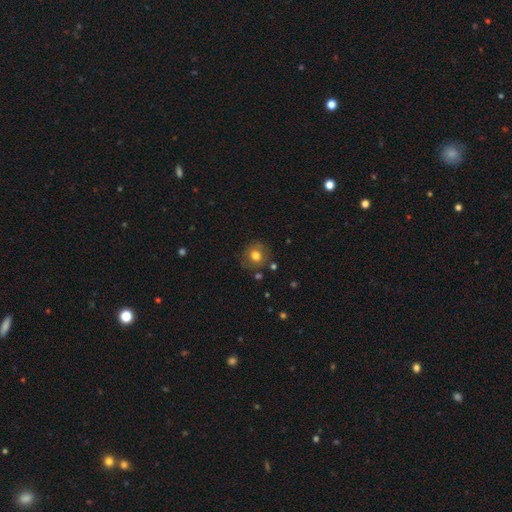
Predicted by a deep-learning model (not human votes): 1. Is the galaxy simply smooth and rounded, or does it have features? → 73% smooth, 16% featured or disk, 11% star or artifact.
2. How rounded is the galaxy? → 87% round, 12% in between, 1% cigar-shaped.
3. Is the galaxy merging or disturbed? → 81% none, 12% minor disturbance, 4% major disturbance, 3% merger.